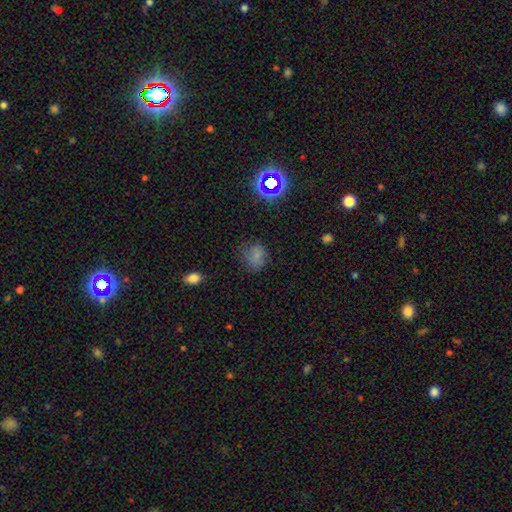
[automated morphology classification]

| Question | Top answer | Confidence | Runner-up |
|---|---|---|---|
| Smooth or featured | smooth | 67% | star or artifact (22%) |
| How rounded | round | 56% | in between (42%) |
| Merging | none | 62% | minor disturbance (24%) |